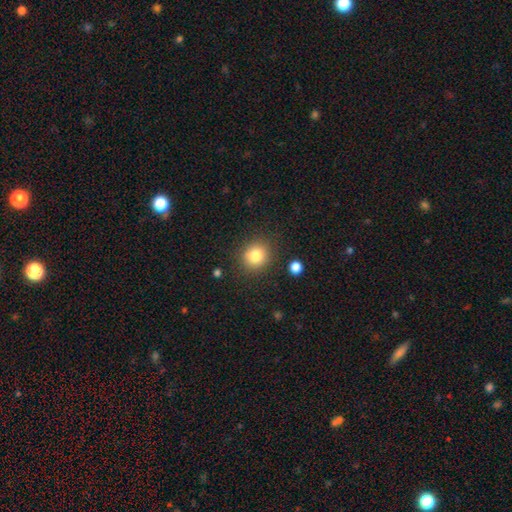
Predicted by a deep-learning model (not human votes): smooth 81%, star or artifact 11%, featured or disk 7%. Down the decision tree: how rounded — round (82%); merging — none (86%).